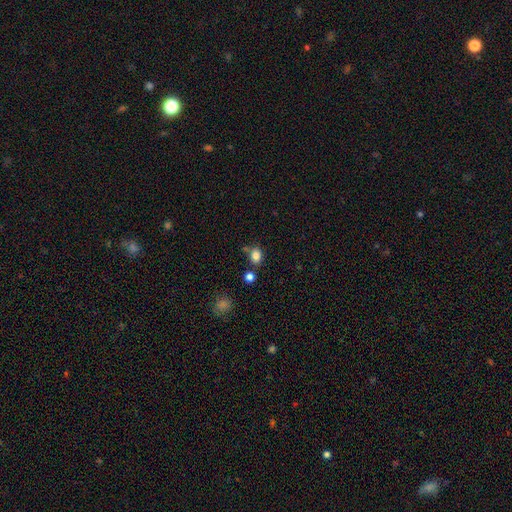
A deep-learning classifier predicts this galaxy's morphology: Smooth or featured: smooth — 83% (star or artifact — 12%)
How rounded: in between — 51% (round — 48%)
Merging: none — 67% (minor disturbance — 16%)